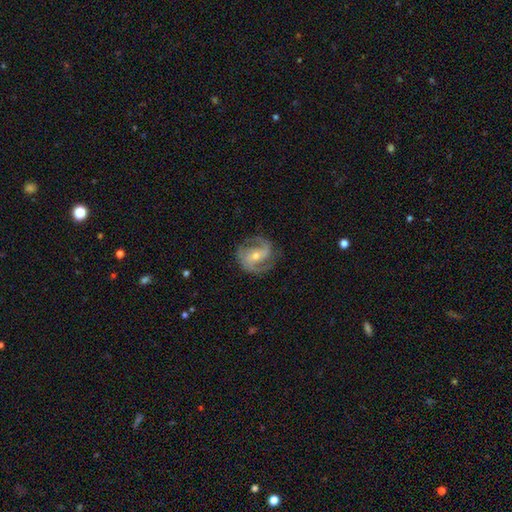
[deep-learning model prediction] Smooth or featured?
  - featured or disk: 85% *
  - smooth: 9%
  - star or artifact: 5%
Edge-on disk?
  - no: 97% *
  - yes: 3%
Bar?
  - weak: 40% *
  - no: 36%
  - strong: 24%
Spiral arms?
  - yes: 96% *
  - no: 4%
Spiral winding?
  - medium: 53% *
  - tight: 28%
  - loose: 19%
Spiral arm count?
  - 2: 80% *
  - 3: 8%
  - can't tell: 6%
  - 1: 3%
  - 4: 2%
  - more than 4: 2%
Bulge size?
  - small: 49% *
  - moderate: 47%
  - large: 2%
  - none: 1%
  - dominant: 1%
Merging?
  - none: 76% *
  - minor disturbance: 16%
  - major disturbance: 8%
  - merger: 1%